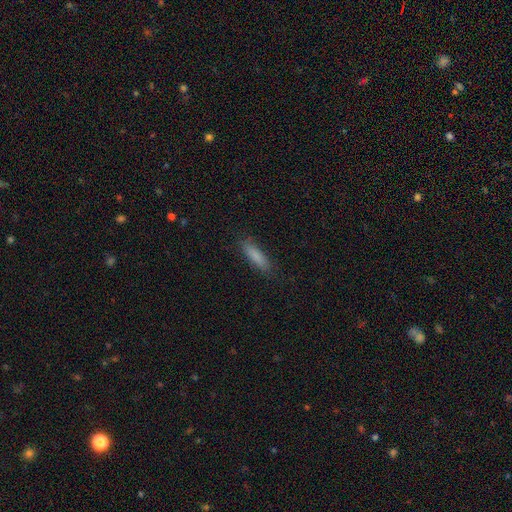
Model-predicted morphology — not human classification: smooth 84%, featured or disk 9%, star or artifact 7%. Down the decision tree: how rounded — cigar-shaped (64%); merging — none (83%).